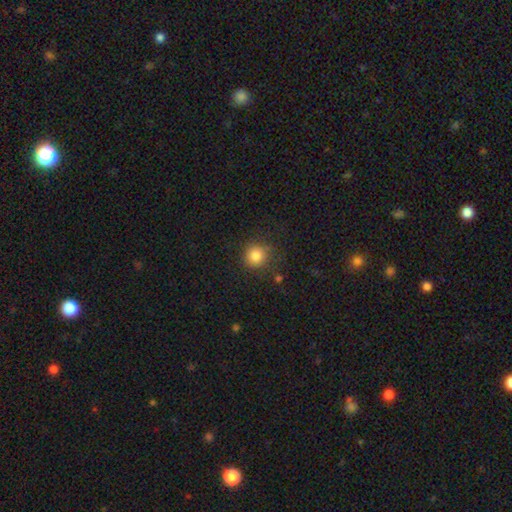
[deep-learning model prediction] Overall: smooth (82%). How rounded: round (91%). Merging: none (81%).